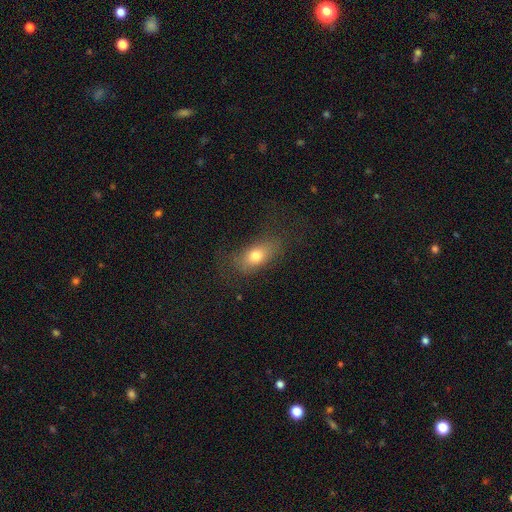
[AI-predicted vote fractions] Smooth or featured? Predicted: smooth (p=0.74). How rounded? Predicted: in between (p=0.81). Merging? Predicted: none (p=0.70).